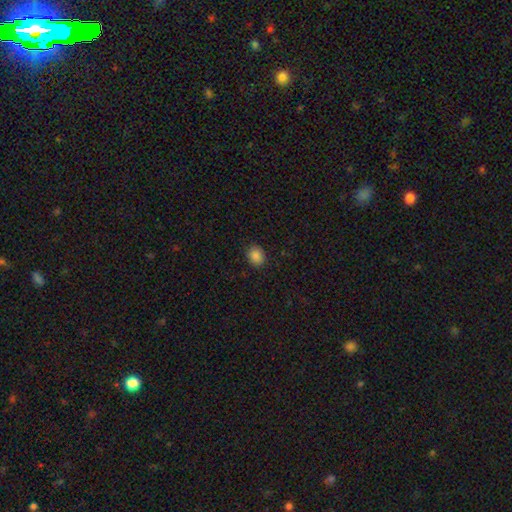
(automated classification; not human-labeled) This appears to be a smooth galaxy with no disk features (86%) that is round (52%). Merging: none (89%).